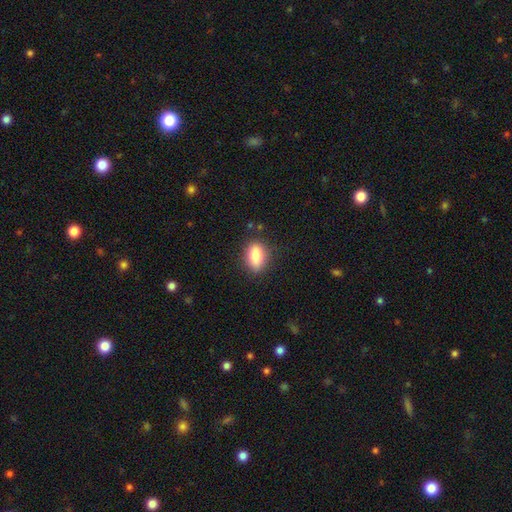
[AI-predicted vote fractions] Smooth or featured?
  - smooth: 81% *
  - featured or disk: 11%
  - star or artifact: 8%
How rounded?
  - in between: 80% *
  - round: 11%
  - cigar-shaped: 9%
Merging?
  - none: 82% *
  - minor disturbance: 13%
  - major disturbance: 3%
  - merger: 2%